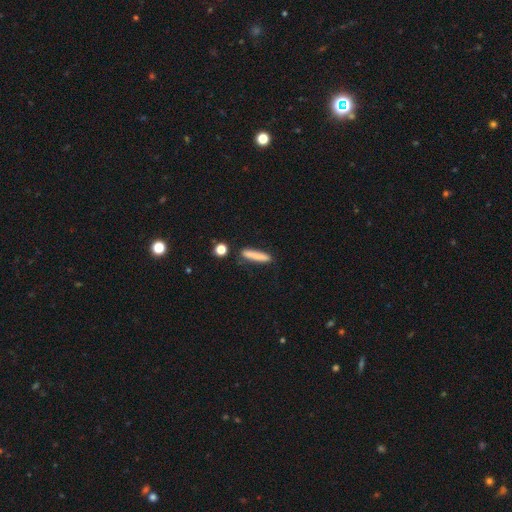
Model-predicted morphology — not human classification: Smooth or featured? Predicted: smooth (p=0.80). How rounded? Predicted: cigar-shaped (p=0.90). Merging? Predicted: none (p=0.82).